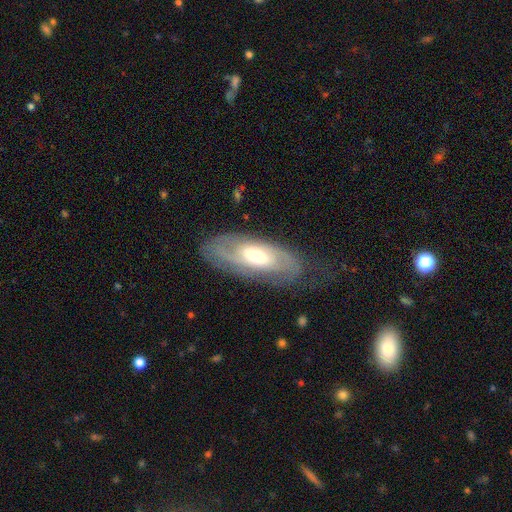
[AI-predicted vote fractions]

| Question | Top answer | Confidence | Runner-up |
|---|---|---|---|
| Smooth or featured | featured or disk | 67% | smooth (27%) |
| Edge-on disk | no | 86% | yes (14%) |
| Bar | no | 60% | weak (29%) |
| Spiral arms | yes | 74% | no (26%) |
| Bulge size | moderate | 63% | small (24%) |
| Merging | none | 70% | minor disturbance (19%) |